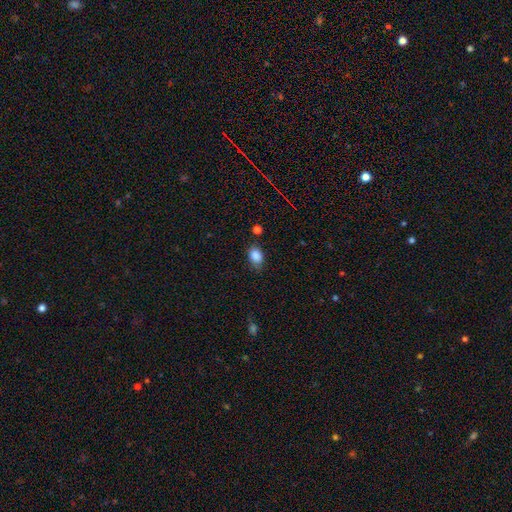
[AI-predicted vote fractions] smooth-or-featured: smooth: 85% | star or artifact: 10% | featured or disk: 5%
  how-rounded: in between: 75% | round: 24% | cigar-shaped: 1%
  merging: none: 69% | minor disturbance: 23% | major disturbance: 5% | merger: 3%